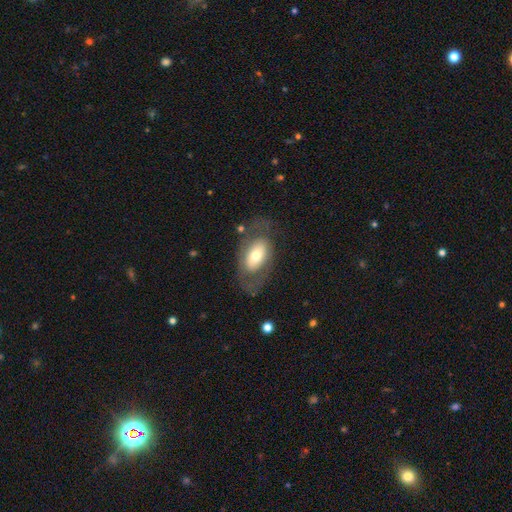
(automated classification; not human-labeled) This appears to be a smooth galaxy with no disk features (49%). Merging: none (67%).